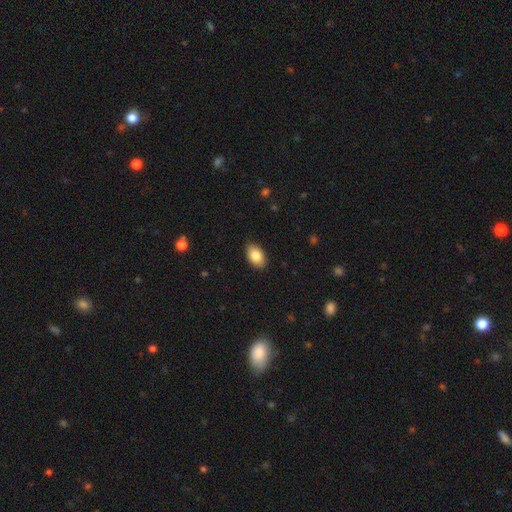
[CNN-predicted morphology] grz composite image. It shows a smooth galaxy with no disk features (84%) that is in between round and cigar-shaped (91%). Merging: none (87%).